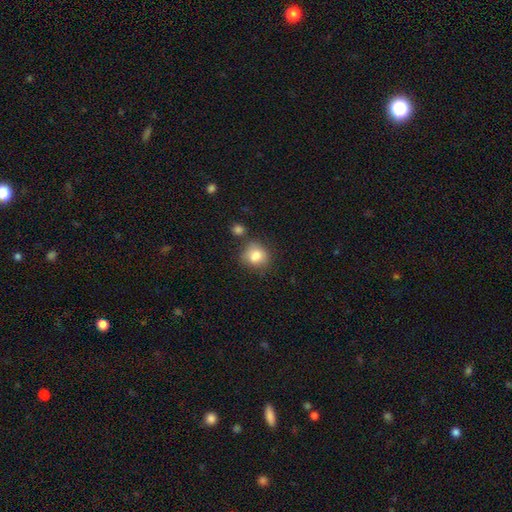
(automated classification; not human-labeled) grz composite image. It shows a smooth galaxy with no disk features (82%) that is round (72%). Merging: none (63%).